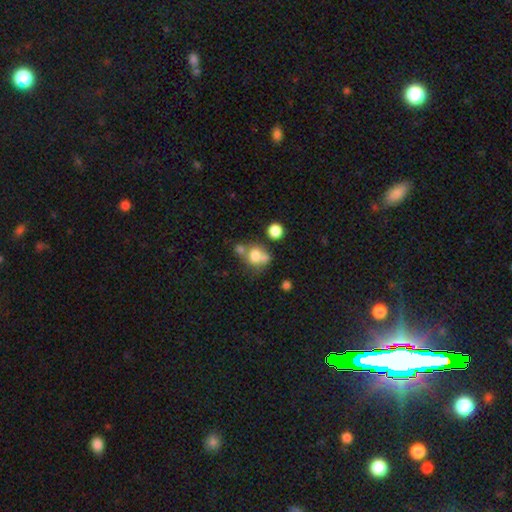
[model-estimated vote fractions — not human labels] Q: Smooth or featured?
A: smooth (72%); runner-up: featured or disk (15%)
Q: How rounded?
A: round (70%); runner-up: in between (28%)
Q: Merging?
A: merger (42%); runner-up: none (38%)